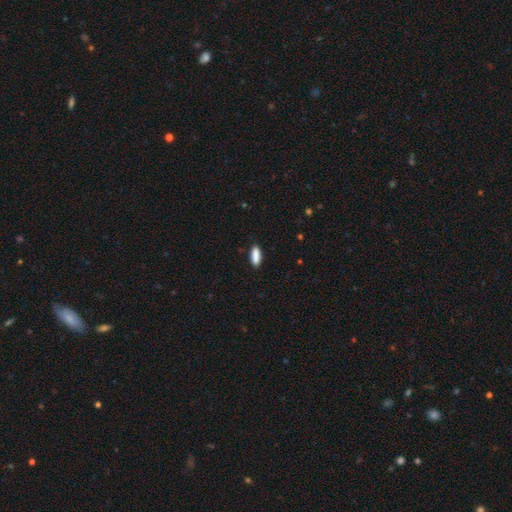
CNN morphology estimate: A smooth galaxy with no disk features (89%) that is in between round and cigar-shaped (59%). Merging: none (88%).